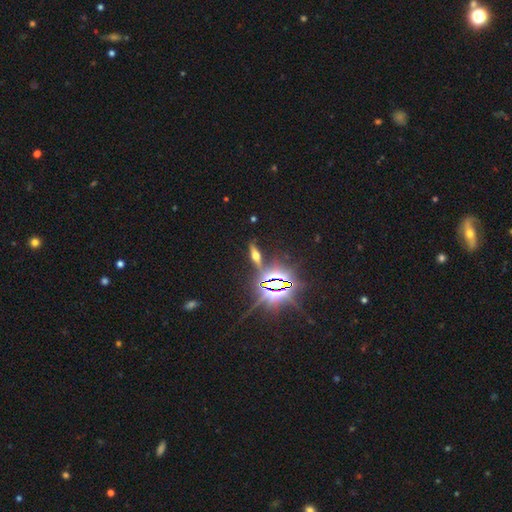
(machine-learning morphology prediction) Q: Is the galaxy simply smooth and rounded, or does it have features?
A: star or artifact — 39%.